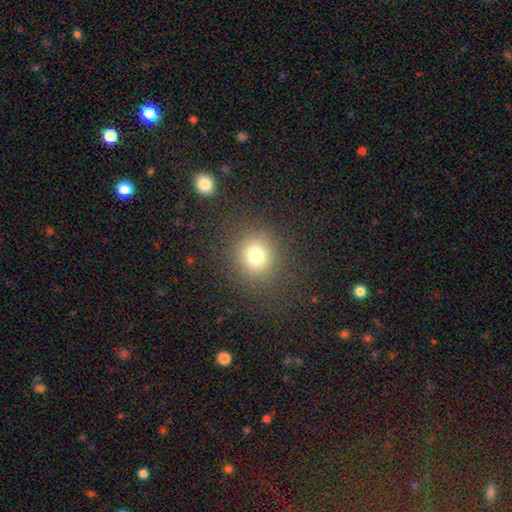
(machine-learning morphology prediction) A smooth galaxy with no disk features (75%) that is round (86%).

Vote fractions:
- Smooth or featured? smooth: 75% / star or artifact: 16% / featured or disk: 9%
- How rounded? round: 86% / in between: 13% / cigar-shaped: 1%
- Merging? none: 87% / minor disturbance: 7% / major disturbance: 5% / merger: 1%